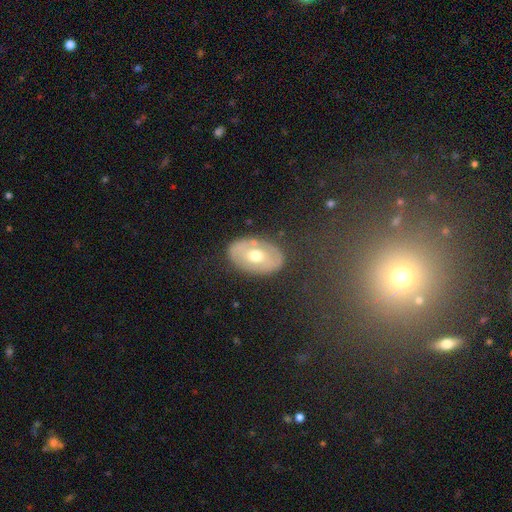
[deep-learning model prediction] smooth-or-featured: featured or disk: 51% | smooth: 41% | star or artifact: 7%
  disk-edge-on: no: 91% | yes: 9%
  merging: none: 81% | minor disturbance: 13% | major disturbance: 4% | merger: 2%